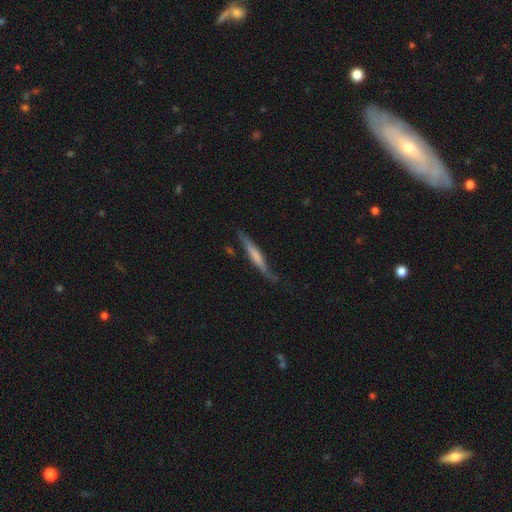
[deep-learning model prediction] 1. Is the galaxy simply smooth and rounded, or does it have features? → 49% smooth, 46% featured or disk, 5% star or artifact.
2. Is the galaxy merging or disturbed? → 70% none, 23% minor disturbance, 5% major disturbance, 3% merger.